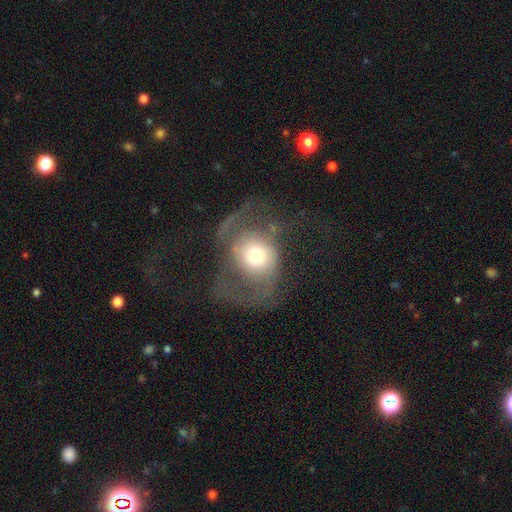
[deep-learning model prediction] Overall: smooth (46%; featured or disk 45%). Merging: major disturbance (53%; none 26%).